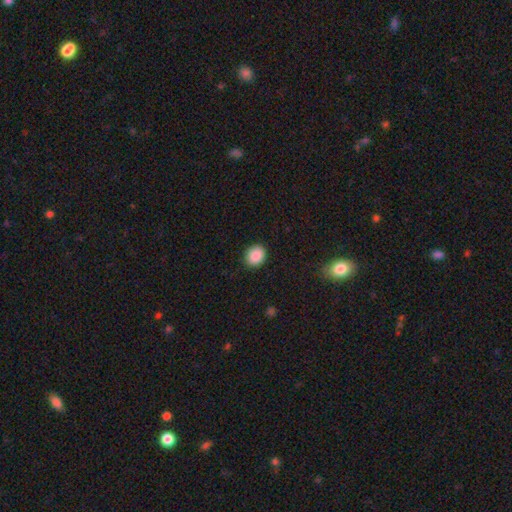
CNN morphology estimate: A smooth galaxy with no disk features (89%) that is round (58%).

Vote fractions:
- Smooth or featured? smooth: 89% / star or artifact: 8% / featured or disk: 3%
- How rounded? round: 58% / in between: 41% / cigar-shaped: 1%
- Merging? none: 89% / minor disturbance: 8% / major disturbance: 2% / merger: 1%